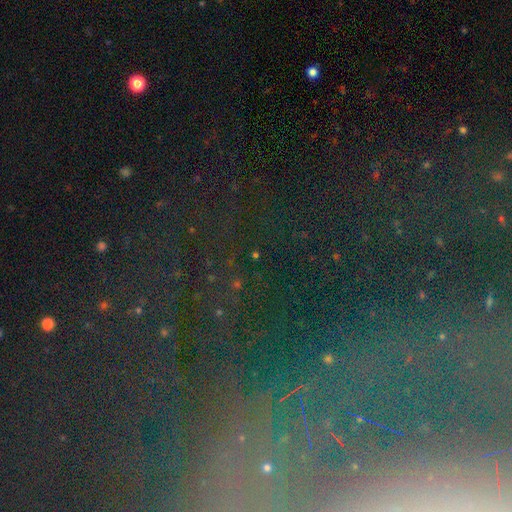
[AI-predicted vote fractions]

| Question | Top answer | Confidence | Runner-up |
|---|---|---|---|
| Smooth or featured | star or artifact | 77% | smooth (15%) |